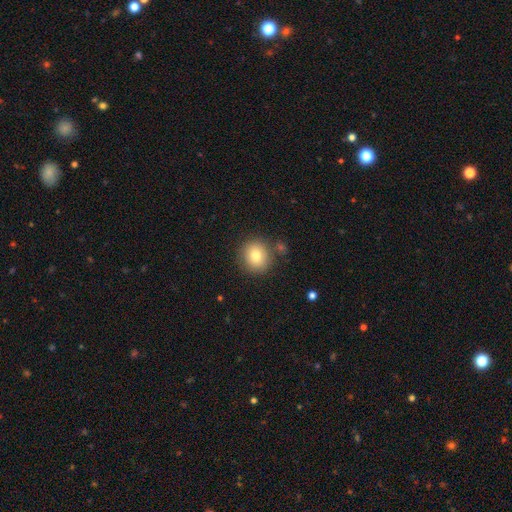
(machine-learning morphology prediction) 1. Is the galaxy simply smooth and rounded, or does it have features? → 79% smooth, 11% featured or disk, 10% star or artifact.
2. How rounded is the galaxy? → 88% round, 12% in between, 1% cigar-shaped.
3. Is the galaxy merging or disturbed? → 82% none, 10% minor disturbance, 5% merger, 3% major disturbance.